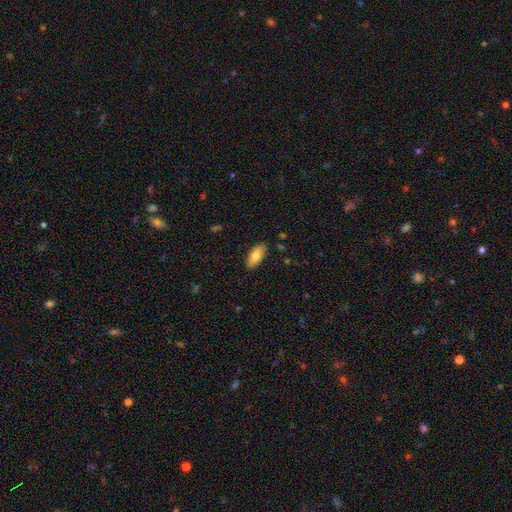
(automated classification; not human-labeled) Smooth or featured? smooth (78%)
How rounded? in between (86%)
Merging? none (87%)